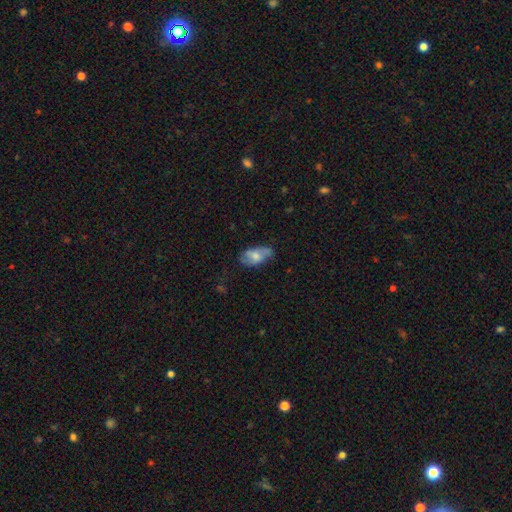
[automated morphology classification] type=smooth (60%); roundness=in between (92%); merging=none (62%).